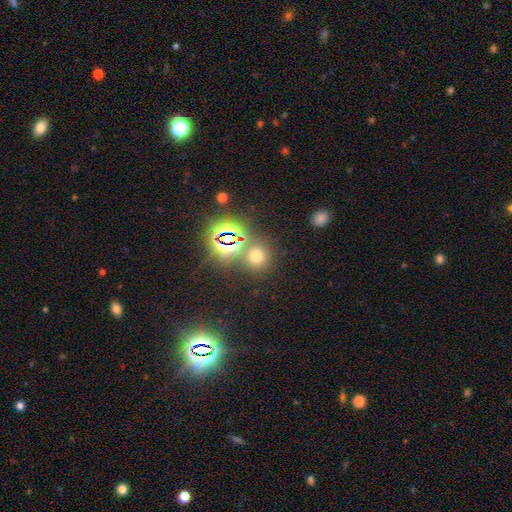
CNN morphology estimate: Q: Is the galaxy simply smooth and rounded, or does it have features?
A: smooth — 56%.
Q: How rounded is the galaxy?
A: round — 87%.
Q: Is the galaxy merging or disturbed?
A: none — 76%.